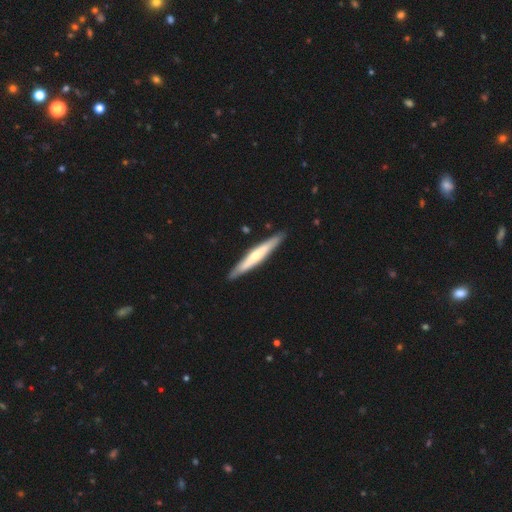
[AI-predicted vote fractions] smooth-or-featured: featured or disk: 55% | smooth: 40% | star or artifact: 4%
  disk-edge-on: yes: 93% | no: 7%
    edge-on-bulge: rounded: 74% | none: 21% | boxy: 5%
  merging: none: 90% | minor disturbance: 7% | major disturbance: 1% | merger: 1%